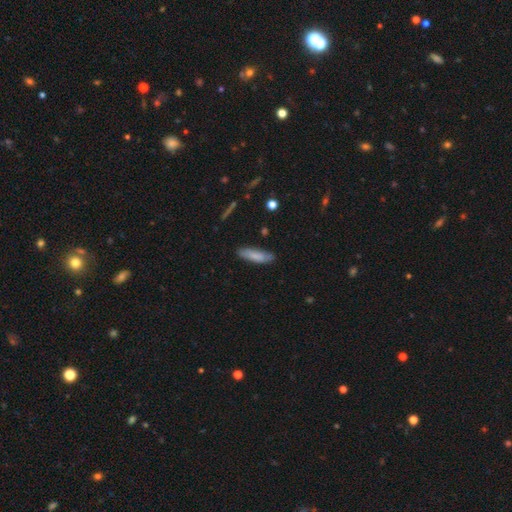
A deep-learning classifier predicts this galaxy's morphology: This appears to be a smooth galaxy with no disk features (81%) that is cigar-shaped (63%). Merging: none (81%).